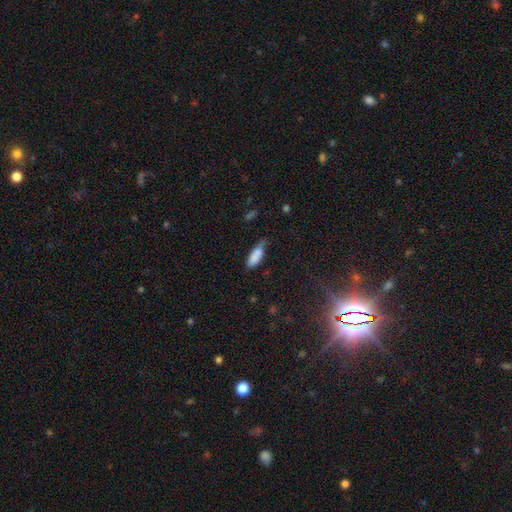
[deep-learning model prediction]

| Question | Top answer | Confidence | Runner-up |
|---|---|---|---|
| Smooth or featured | smooth | 83% | featured or disk (9%) |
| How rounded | in between | 63% | cigar-shaped (35%) |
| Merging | none | 48% | minor disturbance (38%) |